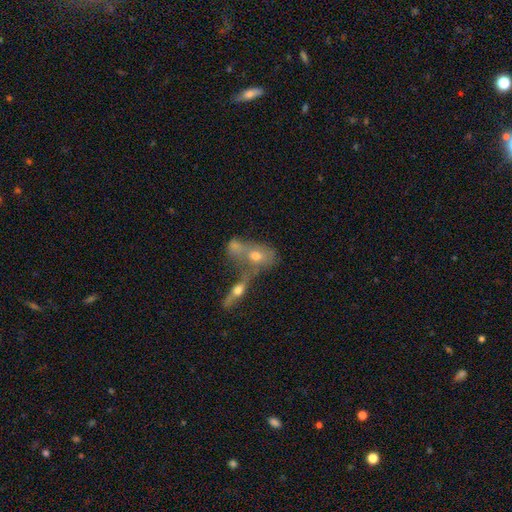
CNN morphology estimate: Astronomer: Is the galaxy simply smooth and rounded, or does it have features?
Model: smooth — 49% (runner-up: featured or disk, 40%).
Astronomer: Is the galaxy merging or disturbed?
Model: merger — 62%.